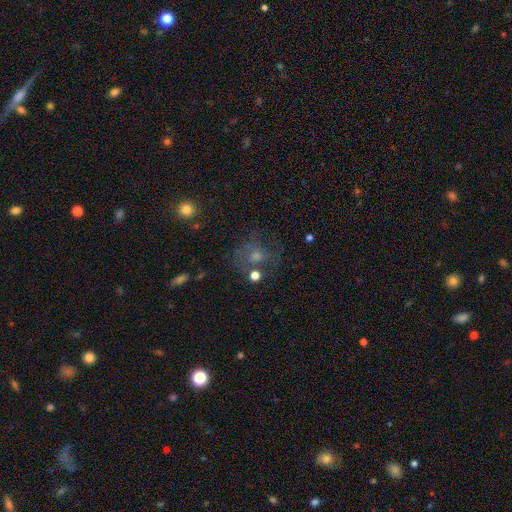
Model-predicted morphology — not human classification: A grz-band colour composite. It shows a smooth galaxy with no disk features (52%) that is round (76%). Merging: none (54%).